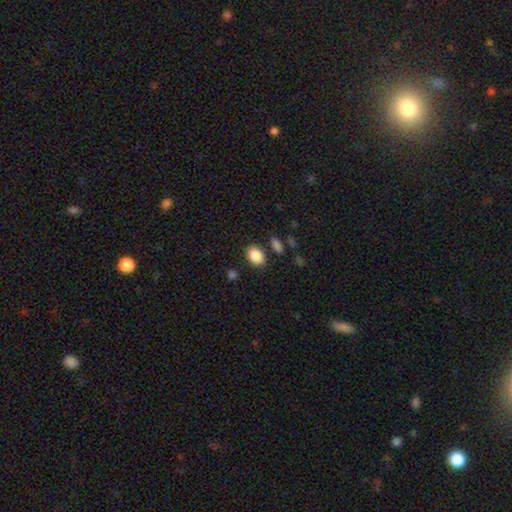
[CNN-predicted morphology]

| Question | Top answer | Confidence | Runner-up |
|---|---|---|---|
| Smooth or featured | smooth | 88% | star or artifact (8%) |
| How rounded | in between | 79% | round (20%) |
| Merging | none | 82% | minor disturbance (11%) |